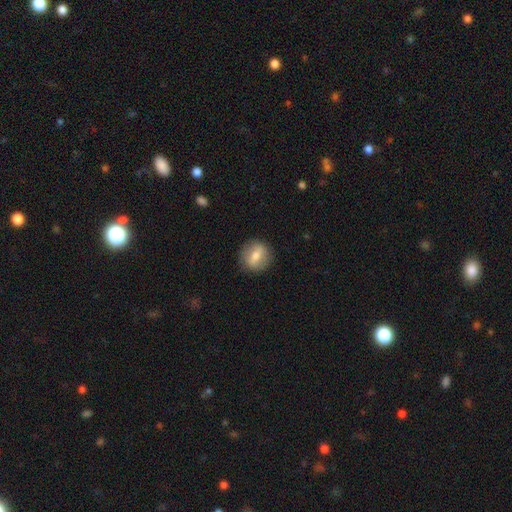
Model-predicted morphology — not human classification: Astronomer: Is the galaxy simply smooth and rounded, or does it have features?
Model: smooth — 60%.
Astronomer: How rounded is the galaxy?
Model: round — 77%.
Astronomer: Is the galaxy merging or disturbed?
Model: none — 86%.